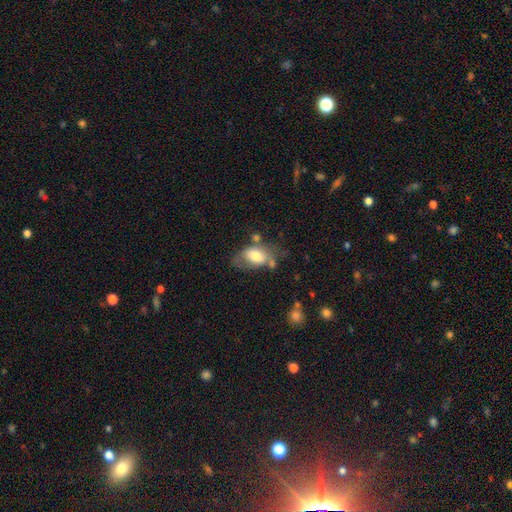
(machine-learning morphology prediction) Overall: smooth (67%). How rounded: in between (89%). Merging: none (42%; minor disturbance 27%).